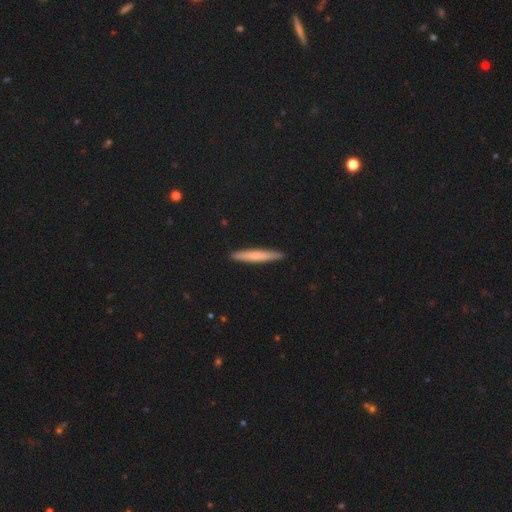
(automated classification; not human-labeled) Morphology: type=smooth (64%); roundness=cigar-shaped (95%); merging=none (91%).